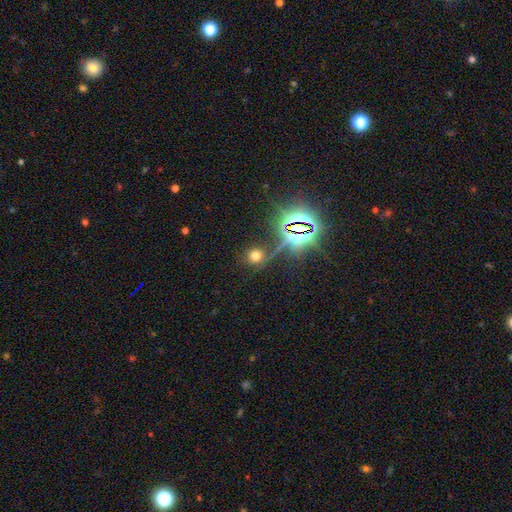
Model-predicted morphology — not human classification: type=smooth (55%); roundness=round (84%); merging=none (74%).